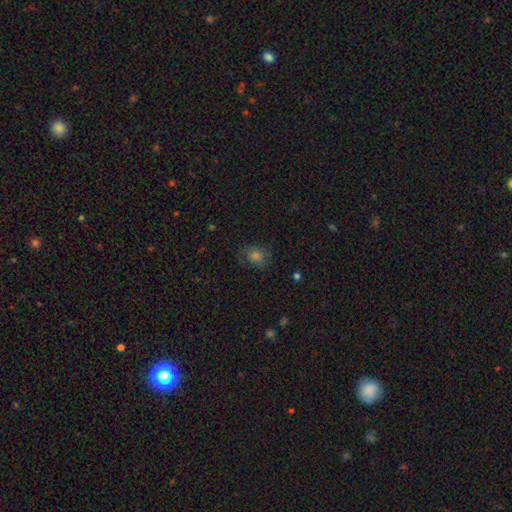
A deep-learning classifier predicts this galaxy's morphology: Smooth or featured: smooth — 60% (star or artifact — 20%)
How rounded: round — 60% (in between — 39%)
Merging: none — 71% (minor disturbance — 19%)